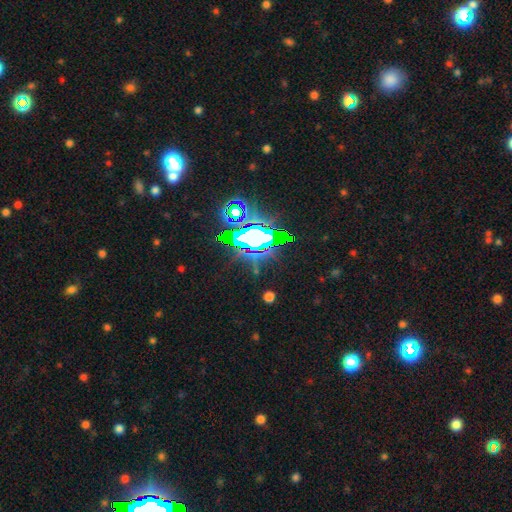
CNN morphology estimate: Smooth or featured? Predicted: star or artifact (p=0.82).